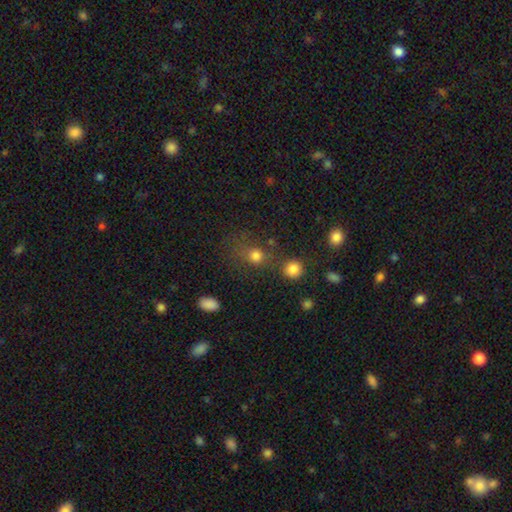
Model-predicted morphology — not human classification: A smooth galaxy with no disk features (76%) that is round (79%).

Vote fractions:
- Smooth or featured? smooth: 76% / star or artifact: 17% / featured or disk: 7%
- How rounded? round: 79% / in between: 20% / cigar-shaped: 1%
- Merging? none: 58% / merger: 16% / minor disturbance: 14% / major disturbance: 11%